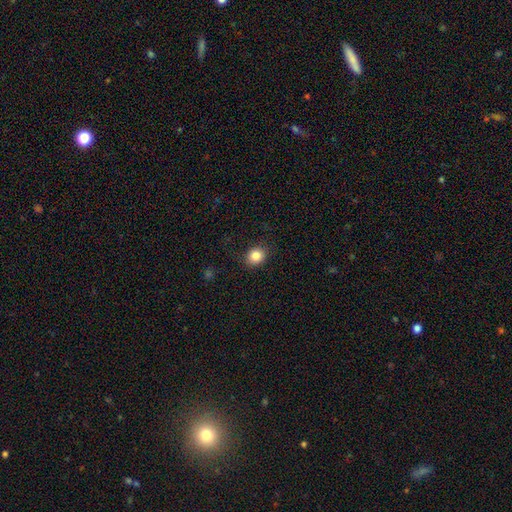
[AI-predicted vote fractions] Smooth or featured? Predicted: smooth (p=0.85). How rounded? Predicted: round (p=0.70). Merging? Predicted: none (p=0.87).